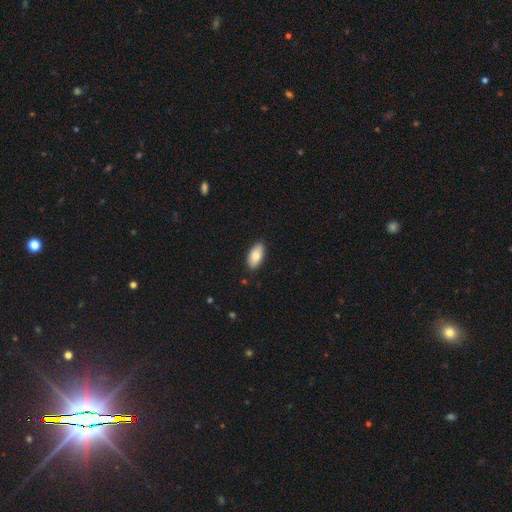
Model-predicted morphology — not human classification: This is clearly a smooth galaxy (84%). How rounded: clearly in between (93%). Merging: clearly none (88%).